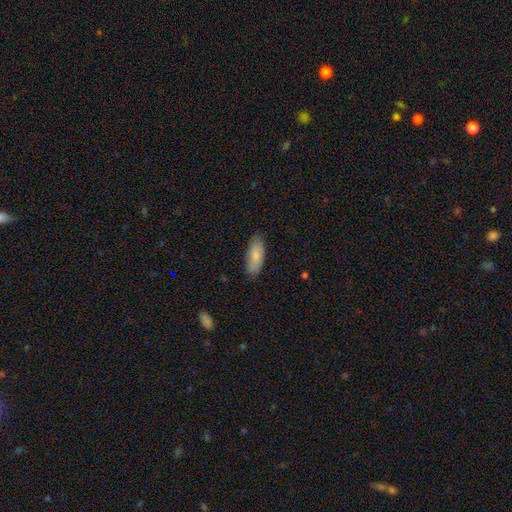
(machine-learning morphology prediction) Smooth or featured: smooth — 80% (featured or disk — 14%)
How rounded: in between — 77% (cigar-shaped — 21%)
Merging: none — 83% (minor disturbance — 14%)